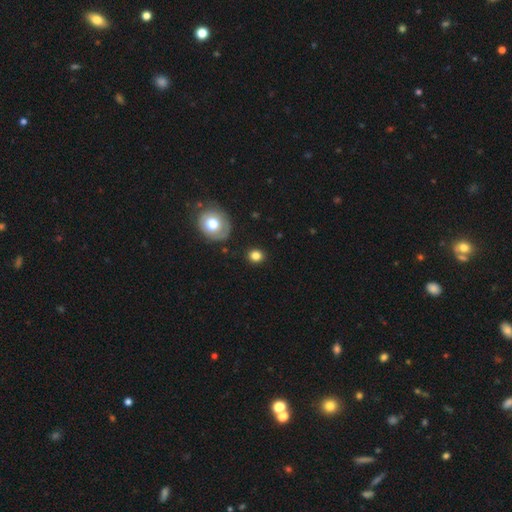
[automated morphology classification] A smooth galaxy with no disk features (80%) that is round (85%).

Vote fractions:
- Smooth or featured? smooth: 80% / star or artifact: 13% / featured or disk: 7%
- How rounded? round: 85% / in between: 14% / cigar-shaped: 1%
- Merging? none: 88% / minor disturbance: 7% / major disturbance: 2% / merger: 2%